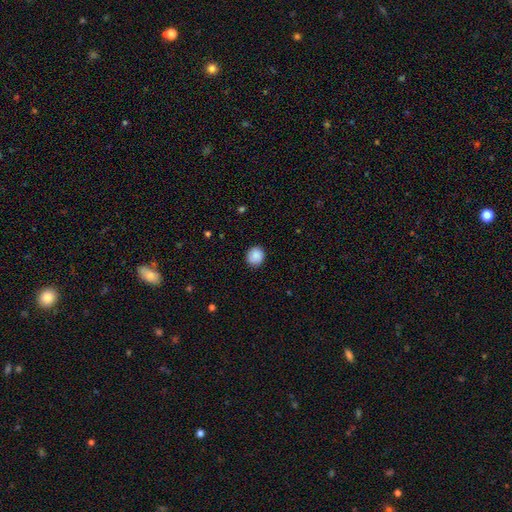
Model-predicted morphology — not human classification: smooth 89%, star or artifact 8%, featured or disk 3%. Down the decision tree: how rounded — round (85%); merging — none (89%).